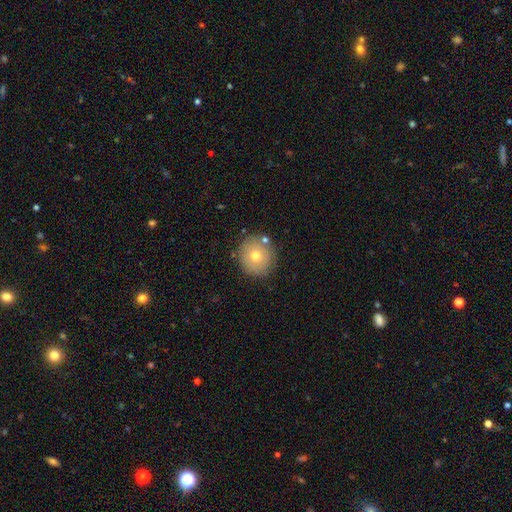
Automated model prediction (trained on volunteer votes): smooth_or_featured: smooth (p=0.70) [alt: featured or disk p=0.20]
how_rounded: round (p=0.90) [alt: in between p=0.09]
merging: none (p=0.82) [alt: minor disturbance p=0.10]